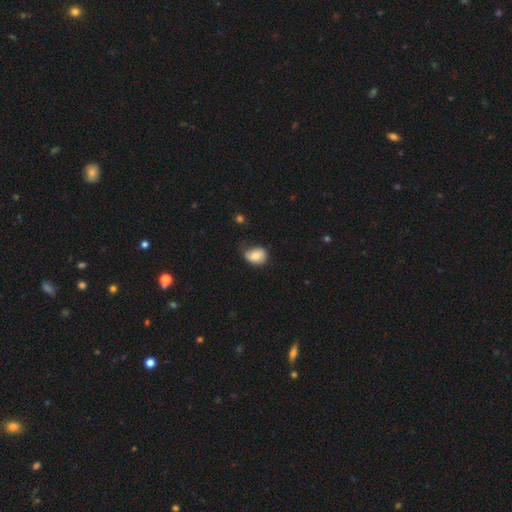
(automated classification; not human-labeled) Smooth or featured? smooth (73%)
How rounded? in between (58%)
Merging? none (48%)